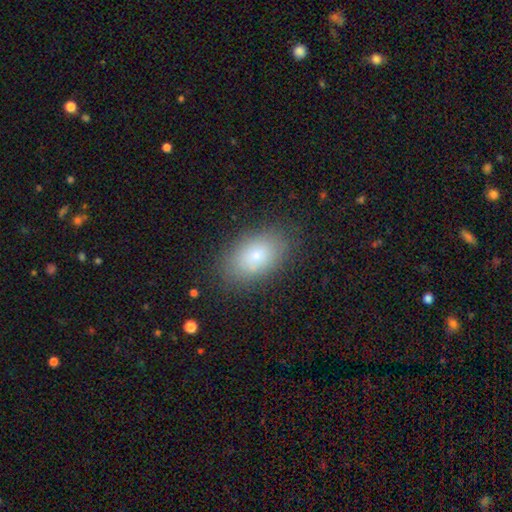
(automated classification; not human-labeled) This appears to be a smooth galaxy with no disk features (76%) that is in between round and cigar-shaped (88%). Merging: none (83%).